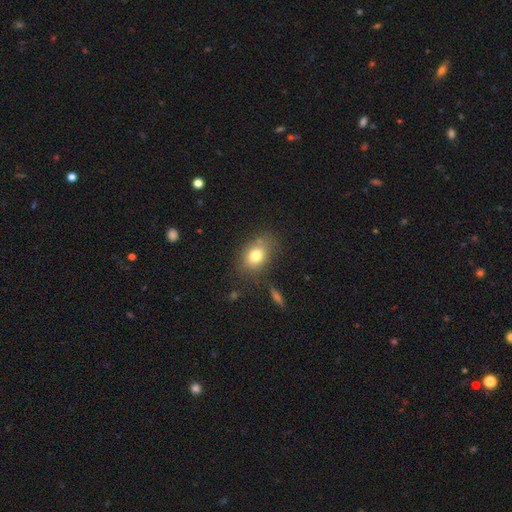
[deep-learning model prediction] A smooth galaxy with no disk features (76%) that is in between round and cigar-shaped (68%). Merging: none (72%).